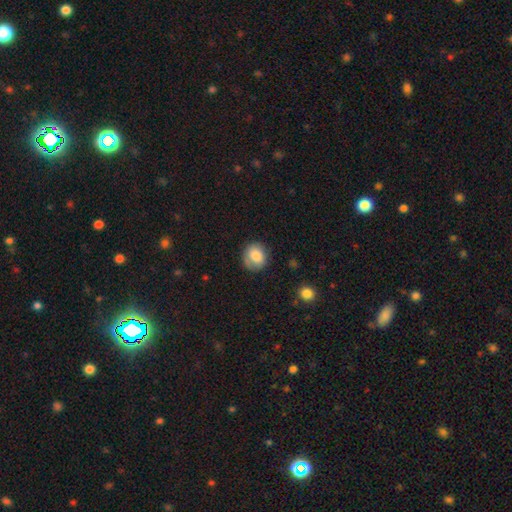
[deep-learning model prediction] Smooth or featured?
  - smooth: 81% *
  - featured or disk: 11%
  - star or artifact: 8%
How rounded?
  - round: 79% *
  - in between: 20%
  - cigar-shaped: 1%
Merging?
  - none: 73% *
  - minor disturbance: 19%
  - major disturbance: 6%
  - merger: 2%